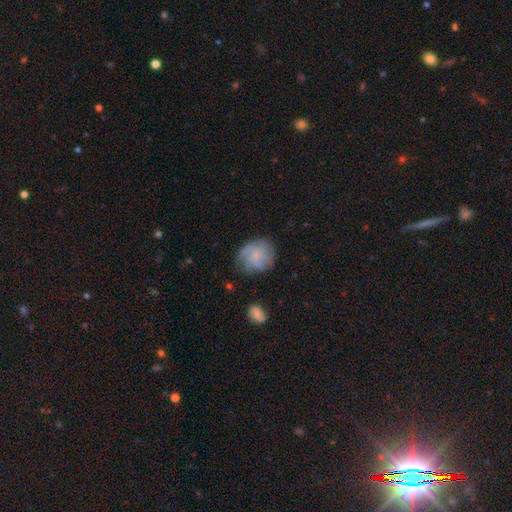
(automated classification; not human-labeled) A smooth galaxy with no disk features (47%).

Vote fractions:
- Smooth or featured? smooth: 47% / featured or disk: 44% / star or artifact: 9%
- Merging? none: 62% / minor disturbance: 24% / major disturbance: 12% / merger: 2%